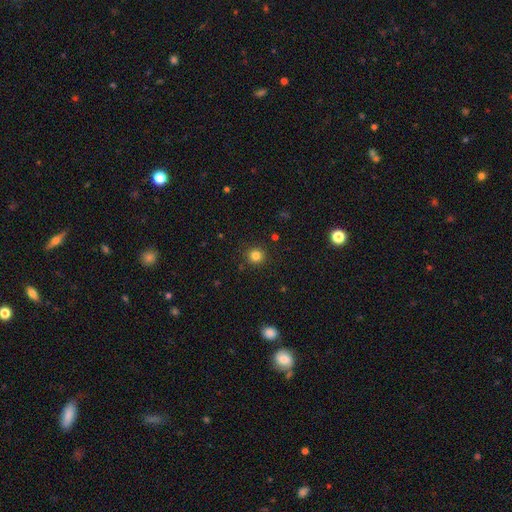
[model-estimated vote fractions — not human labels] Q: Smooth or featured?
A: smooth (82%); runner-up: star or artifact (13%)
Q: How rounded?
A: round (93%); runner-up: in between (6%)
Q: Merging?
A: none (90%); runner-up: minor disturbance (6%)